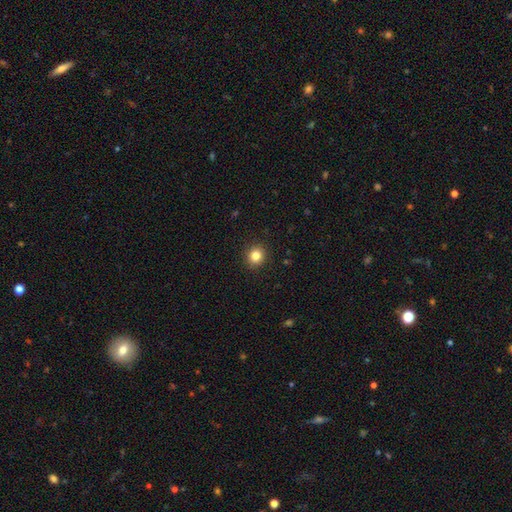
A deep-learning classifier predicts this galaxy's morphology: Smooth or featured?
  - smooth: 83% *
  - star or artifact: 11%
  - featured or disk: 5%
How rounded?
  - round: 83% *
  - in between: 16%
  - cigar-shaped: 1%
Merging?
  - none: 91% *
  - minor disturbance: 6%
  - major disturbance: 2%
  - merger: 1%